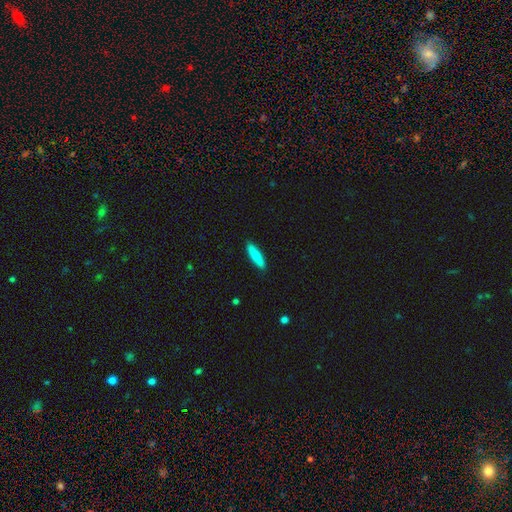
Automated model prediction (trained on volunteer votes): Q: Smooth or featured?
A: smooth (81%); runner-up: featured or disk (14%)
Q: How rounded?
A: cigar-shaped (78%); runner-up: in between (20%)
Q: Merging?
A: none (89%); runner-up: minor disturbance (8%)